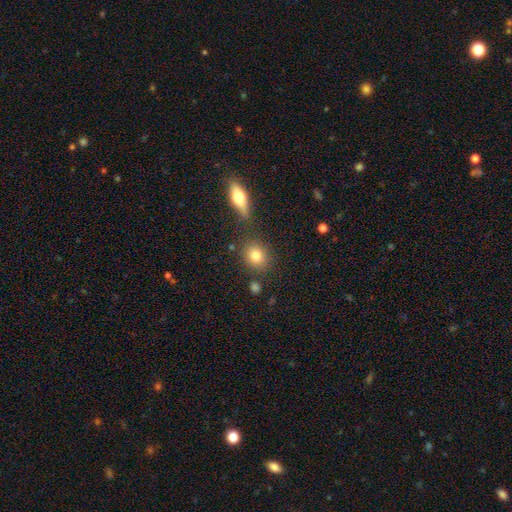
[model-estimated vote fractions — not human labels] smooth 80%, featured or disk 10%, star or artifact 10%. Down the decision tree: how rounded — round (66%); merging — none (78%).